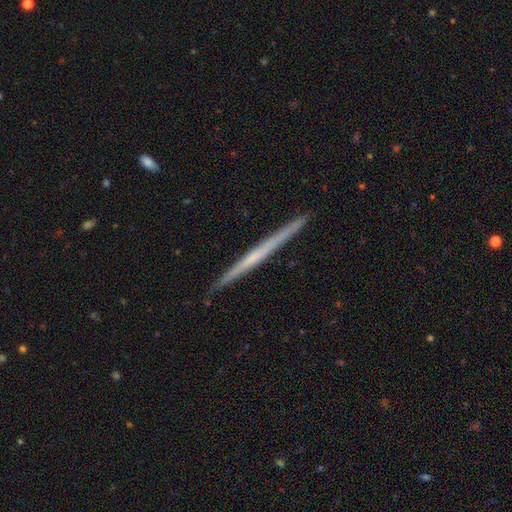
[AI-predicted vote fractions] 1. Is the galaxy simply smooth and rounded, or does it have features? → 63% featured or disk, 31% smooth, 6% star or artifact.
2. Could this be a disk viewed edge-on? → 98% yes, 2% no.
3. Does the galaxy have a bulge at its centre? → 80% none, 15% rounded, 5% boxy.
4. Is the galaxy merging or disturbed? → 92% none, 6% minor disturbance, 1% major disturbance, 1% merger.